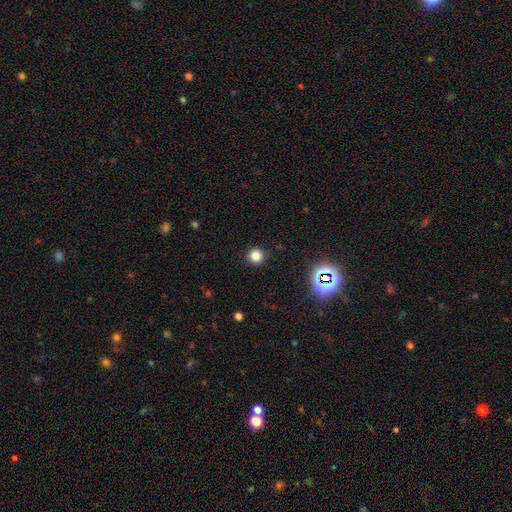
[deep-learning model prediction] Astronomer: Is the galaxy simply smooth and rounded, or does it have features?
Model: smooth — 79%.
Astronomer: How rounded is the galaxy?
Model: round — 94%.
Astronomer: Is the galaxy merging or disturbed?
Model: none — 91%.